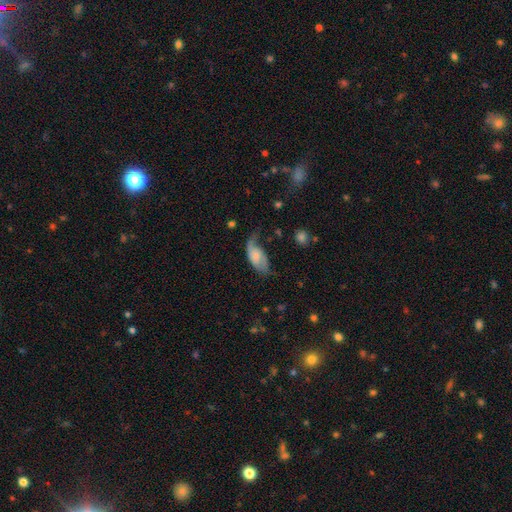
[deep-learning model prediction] Morphology: type=smooth (47%); merging=minor disturbance (33%).